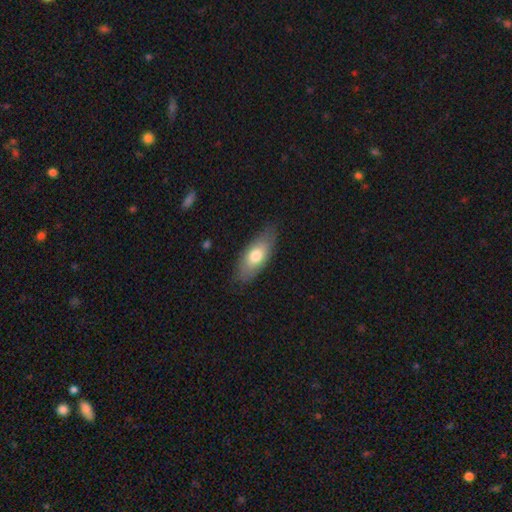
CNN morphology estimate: This appears to be a smooth galaxy with no disk features (71%) that is in between round and cigar-shaped (85%). Merging: none (78%).